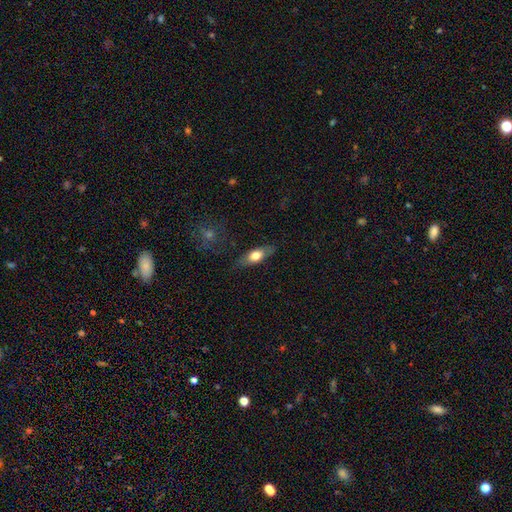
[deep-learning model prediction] A smooth galaxy with no disk features (64%) that is in between round and cigar-shaped (67%). Merging: none (80%).